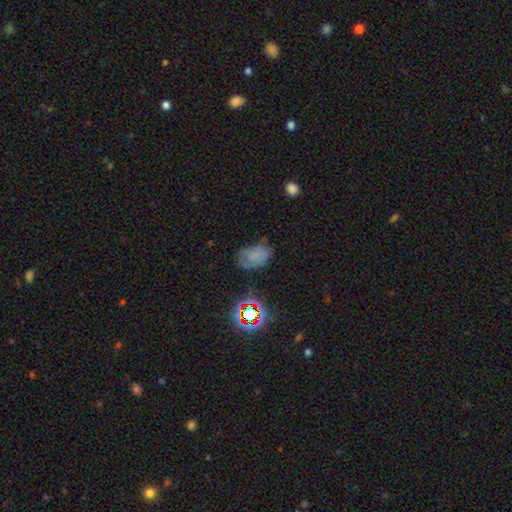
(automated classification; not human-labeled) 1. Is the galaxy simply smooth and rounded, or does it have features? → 54% smooth, 24% star or artifact, 22% featured or disk.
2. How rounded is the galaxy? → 81% in between, 18% round, 1% cigar-shaped.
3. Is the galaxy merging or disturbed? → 52% none, 29% minor disturbance, 16% major disturbance, 4% merger.